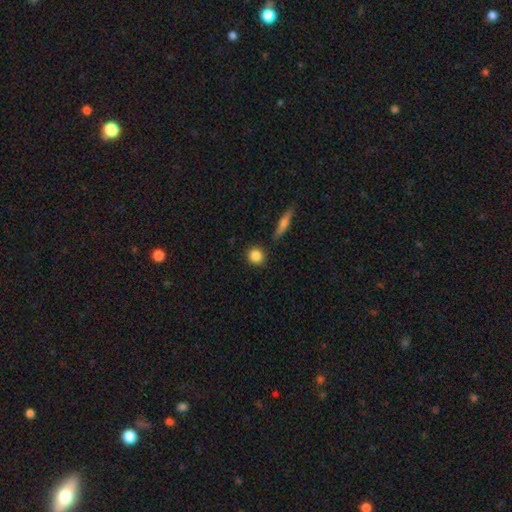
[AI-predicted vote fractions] The model was most divided on "smooth or featured": smooth: 86%, star or artifact: 8%, featured or disk: 6%. More confident: how rounded — round (88%); merging — none (87%).